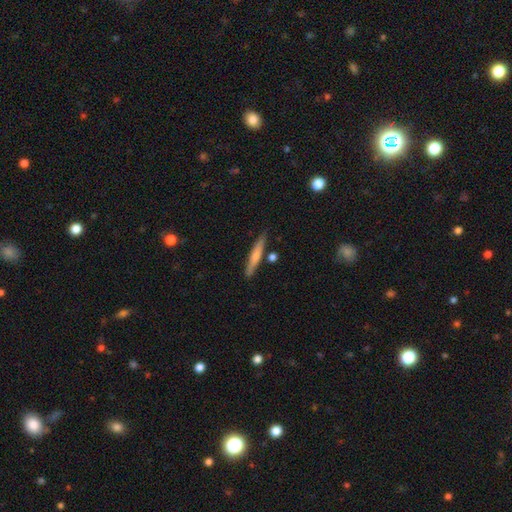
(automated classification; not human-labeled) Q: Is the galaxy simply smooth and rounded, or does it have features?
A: smooth — 60%.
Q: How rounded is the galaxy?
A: cigar-shaped — 93%.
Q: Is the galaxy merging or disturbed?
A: none — 81%.